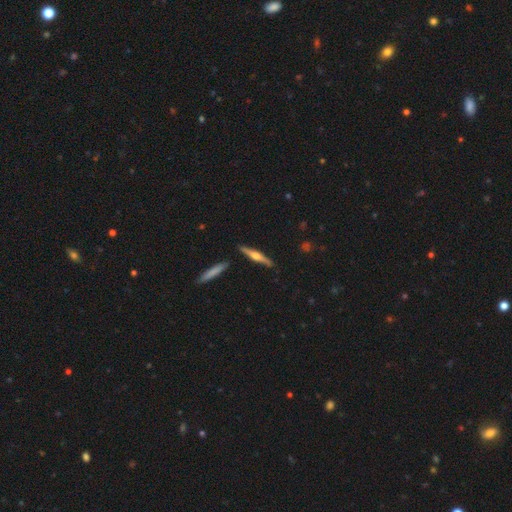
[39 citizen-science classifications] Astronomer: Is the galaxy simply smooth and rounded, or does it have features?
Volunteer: featured or disk — 62%.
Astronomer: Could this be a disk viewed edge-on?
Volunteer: yes — 100%.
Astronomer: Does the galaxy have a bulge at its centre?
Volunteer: rounded — 96%.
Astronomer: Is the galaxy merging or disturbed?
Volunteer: none — 79%.